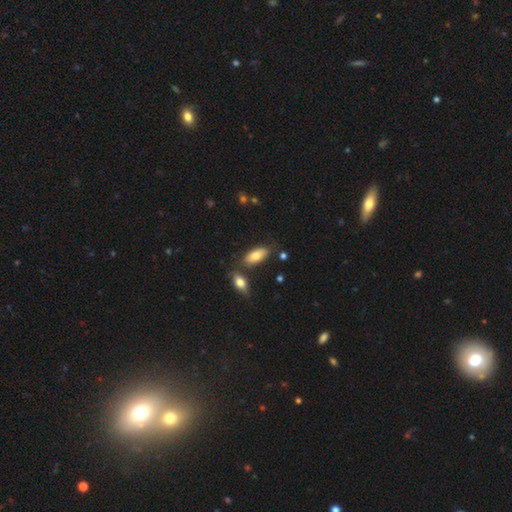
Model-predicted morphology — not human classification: Smooth or featured?
  - smooth: 77% *
  - featured or disk: 17%
  - star or artifact: 6%
How rounded?
  - in between: 87% *
  - cigar-shaped: 11%
  - round: 2%
Merging?
  - none: 72% *
  - minor disturbance: 13%
  - merger: 12%
  - major disturbance: 3%